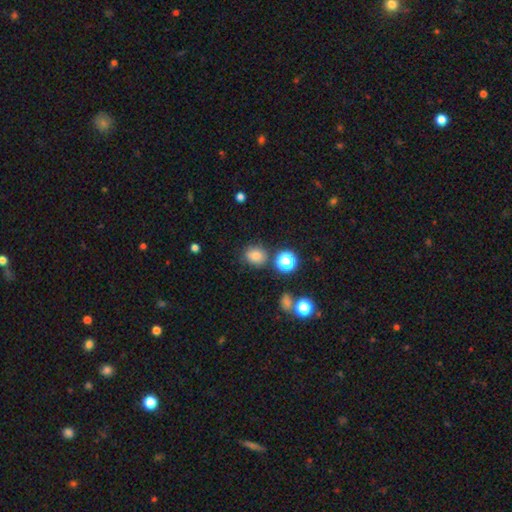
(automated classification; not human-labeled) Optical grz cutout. It shows a smooth galaxy with no disk features (76%) that is round (68%). Merging: none (76%).